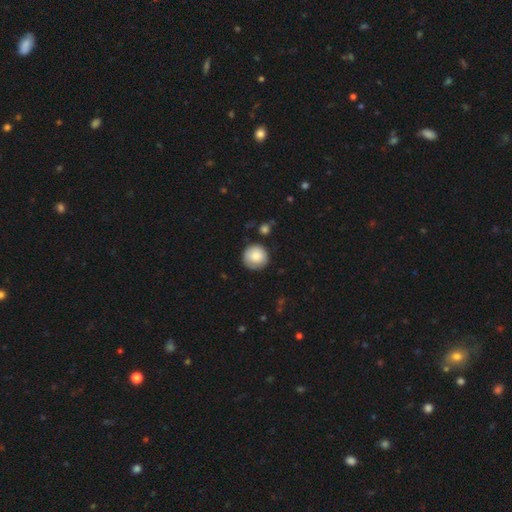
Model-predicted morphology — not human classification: type=smooth (85%); roundness=round (95%); merging=none (83%).